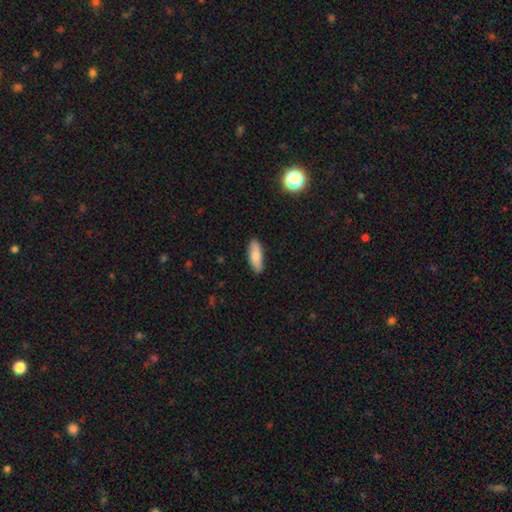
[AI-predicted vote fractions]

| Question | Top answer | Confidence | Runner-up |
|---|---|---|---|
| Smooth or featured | smooth | 79% | featured or disk (15%) |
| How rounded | in between | 64% | cigar-shaped (33%) |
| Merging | none | 88% | minor disturbance (9%) |